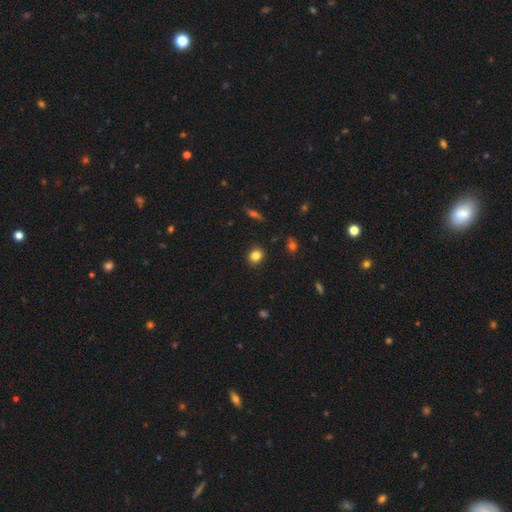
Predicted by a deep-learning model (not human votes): Smooth or featured?
  - smooth: 83% *
  - star or artifact: 11%
  - featured or disk: 6%
How rounded?
  - round: 76% *
  - in between: 23%
  - cigar-shaped: 1%
Merging?
  - none: 89% *
  - minor disturbance: 7%
  - major disturbance: 2%
  - merger: 1%